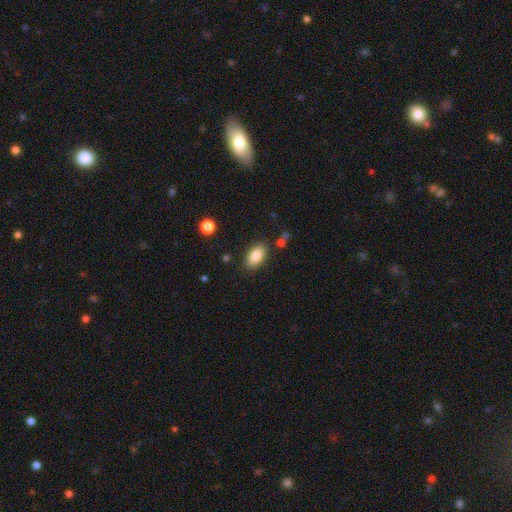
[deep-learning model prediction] A smooth galaxy with no disk features (85%) that is in between round and cigar-shaped (92%).

Vote fractions:
- Smooth or featured? smooth: 85% / star or artifact: 8% / featured or disk: 7%
- How rounded? in between: 92% / round: 5% / cigar-shaped: 4%
- Merging? none: 84% / minor disturbance: 10% / major disturbance: 3% / merger: 3%